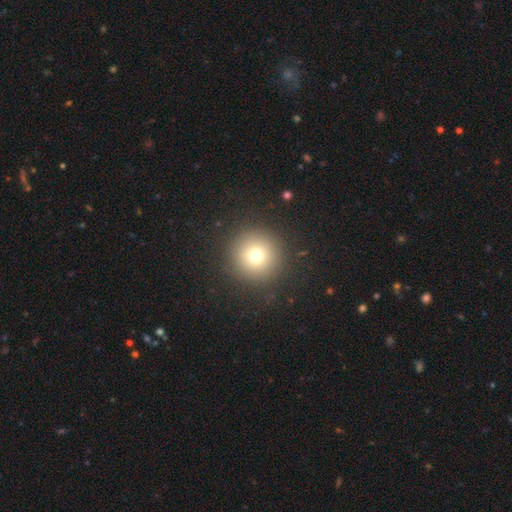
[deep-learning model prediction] smooth_or_featured: smooth (p=0.73) [alt: star or artifact p=0.16]
how_rounded: round (p=0.96) [alt: in between p=0.03]
merging: none (p=0.89) [alt: minor disturbance p=0.06]